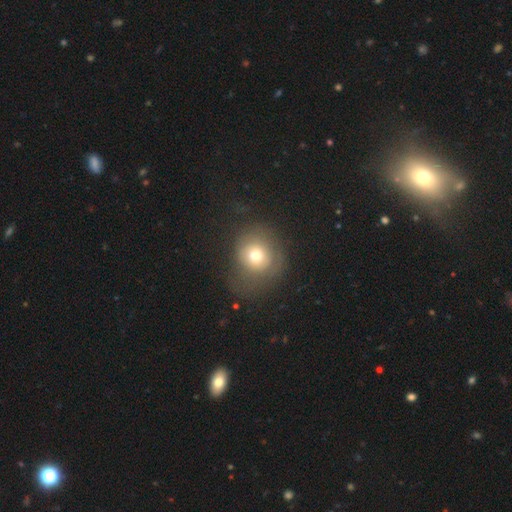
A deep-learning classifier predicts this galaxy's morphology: This appears to be a smooth galaxy with no disk features (70%) that is round (77%). Merging: none (53%).